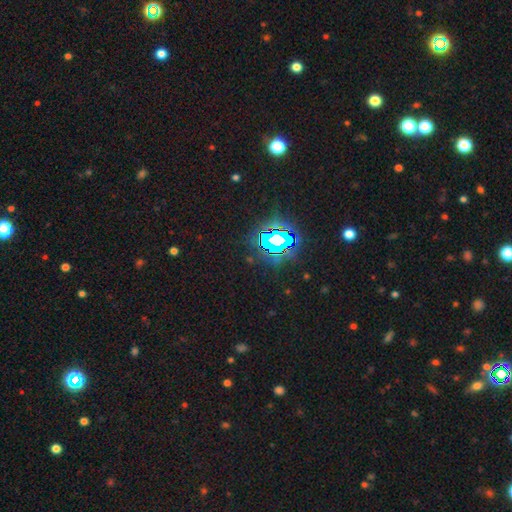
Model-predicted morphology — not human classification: Smooth or featured?
  - star or artifact: 84% *
  - smooth: 10%
  - featured or disk: 6%